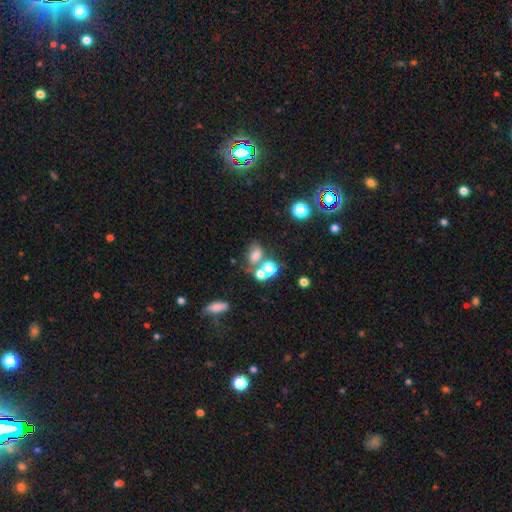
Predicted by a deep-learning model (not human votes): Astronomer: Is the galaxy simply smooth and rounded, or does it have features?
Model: smooth — 67%.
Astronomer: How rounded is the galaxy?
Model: in between — 65%.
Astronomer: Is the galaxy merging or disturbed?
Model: none — 44% (runner-up: merger, 34%).